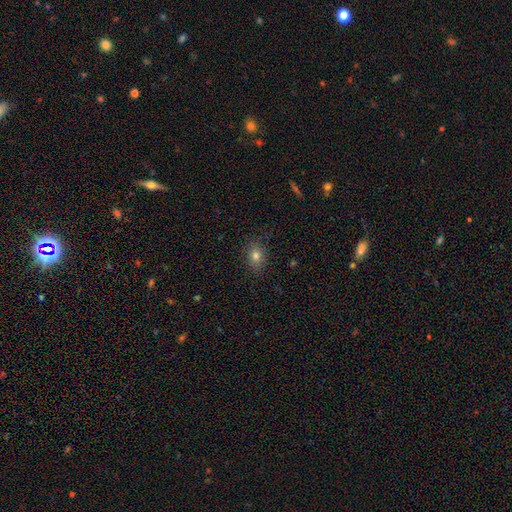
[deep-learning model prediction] smooth 78%, star or artifact 13%, featured or disk 9%. Down the decision tree: how rounded — in between (66%); merging — none (85%).